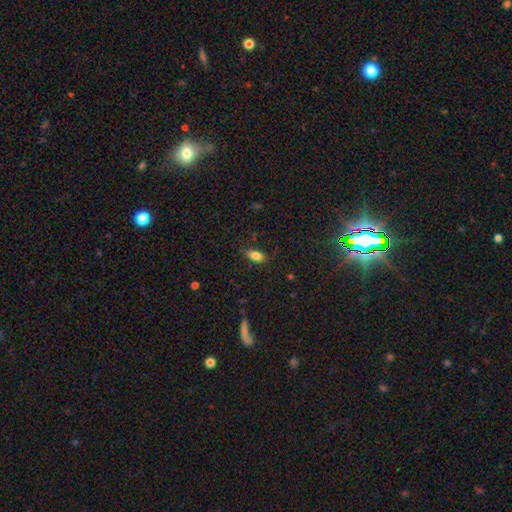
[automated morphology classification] smooth 82%, featured or disk 9%, star or artifact 9%. Down the decision tree: how rounded — in between (87%); merging — none (84%).